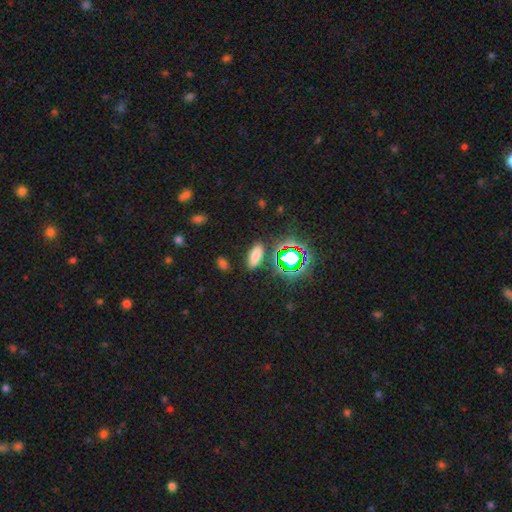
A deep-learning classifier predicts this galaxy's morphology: A smooth galaxy with no disk features (70%) that is in between round and cigar-shaped (77%).

Vote fractions:
- Smooth or featured? smooth: 70% / star or artifact: 23% / featured or disk: 7%
- How rounded? in between: 77% / cigar-shaped: 18% / round: 5%
- Merging? none: 85% / minor disturbance: 9% / merger: 3% / major disturbance: 3%